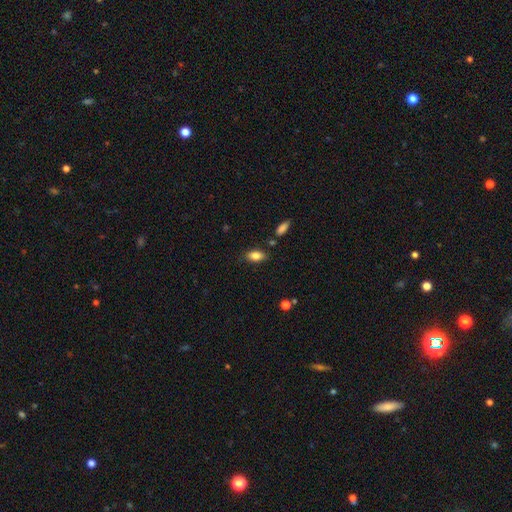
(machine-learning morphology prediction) Q: Smooth or featured?
A: smooth (83%); runner-up: featured or disk (8%)
Q: How rounded?
A: in between (90%); runner-up: cigar-shaped (5%)
Q: Merging?
A: none (80%); runner-up: minor disturbance (13%)